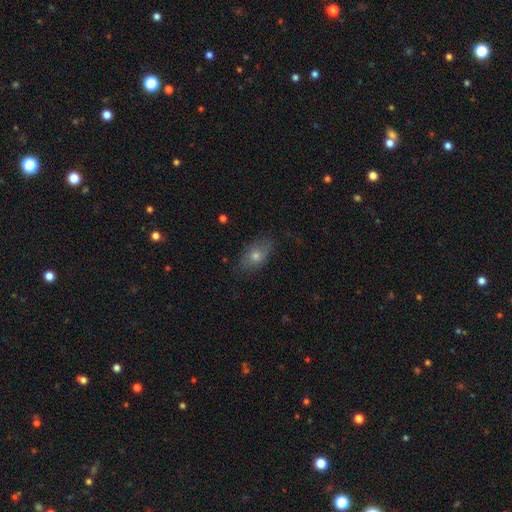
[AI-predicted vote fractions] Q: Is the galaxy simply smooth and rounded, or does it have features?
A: smooth — 64%.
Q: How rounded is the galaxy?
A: in between — 84%.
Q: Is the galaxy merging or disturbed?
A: none — 75%.